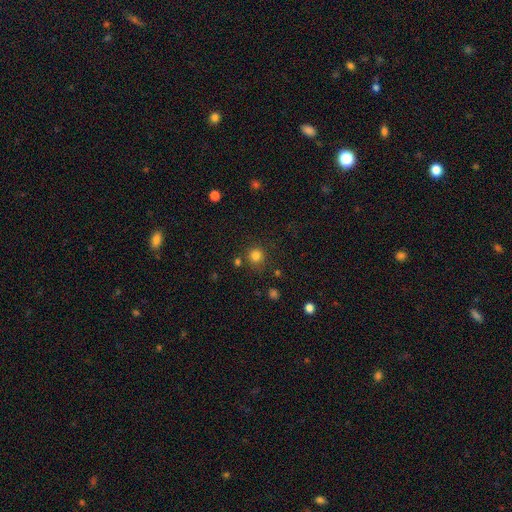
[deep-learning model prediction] This appears to be a smooth galaxy with no disk features (81%) that is round (93%). Merging: none (80%).